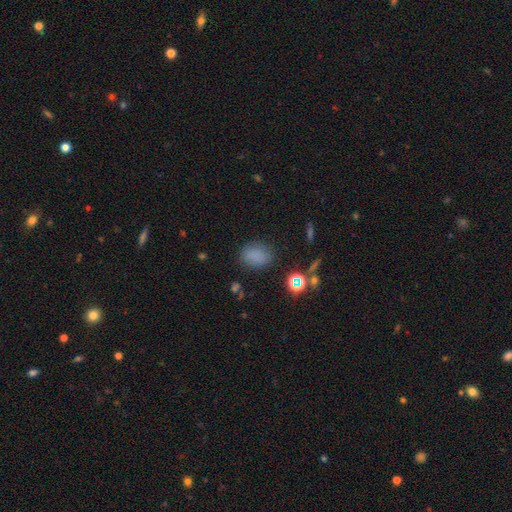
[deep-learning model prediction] smooth 77%, star or artifact 17%, featured or disk 6%. Down the decision tree: how rounded — in between (67%); merging — none (79%).